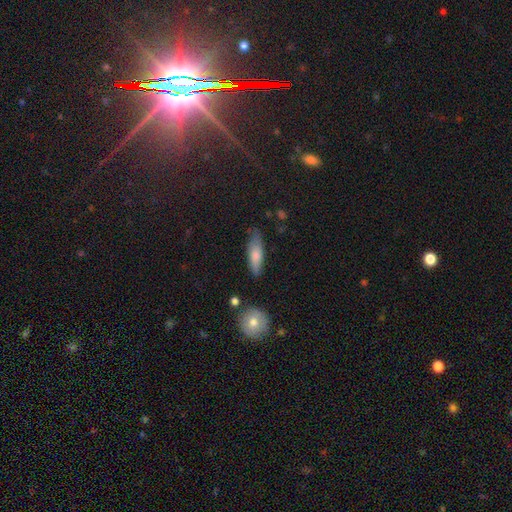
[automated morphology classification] smooth 73%, featured or disk 21%, star or artifact 6%. Down the decision tree: how rounded — in between (49%); merging — none (65%).